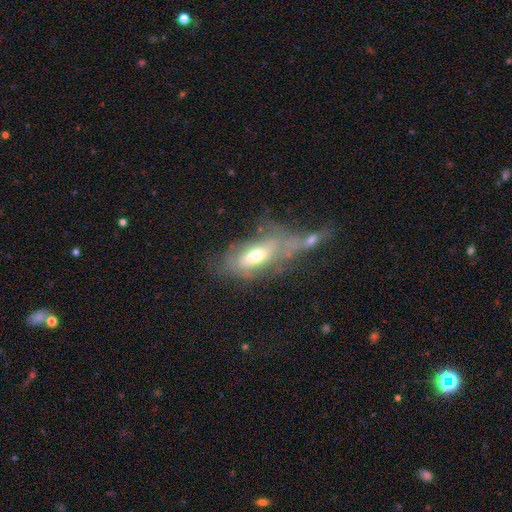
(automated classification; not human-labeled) smooth_or_featured: smooth (p=0.47) [alt: featured or disk p=0.45]
merging: merger (p=0.29) [tied with: major disturbance p=0.29]